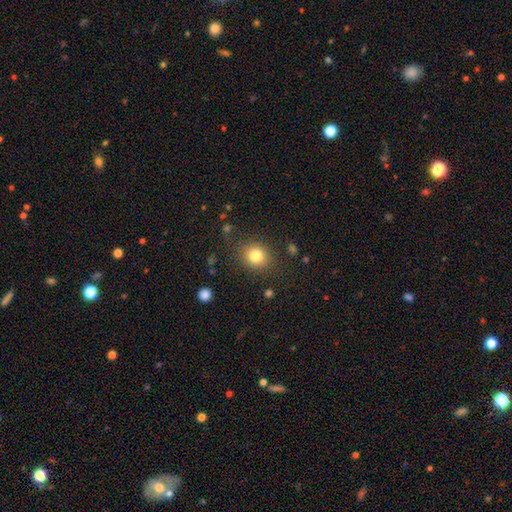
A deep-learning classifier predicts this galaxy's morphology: Smooth or featured?
  - smooth: 81% *
  - star or artifact: 11%
  - featured or disk: 8%
How rounded?
  - round: 77% *
  - in between: 22%
  - cigar-shaped: 1%
Merging?
  - none: 83% *
  - minor disturbance: 11%
  - major disturbance: 5%
  - merger: 2%